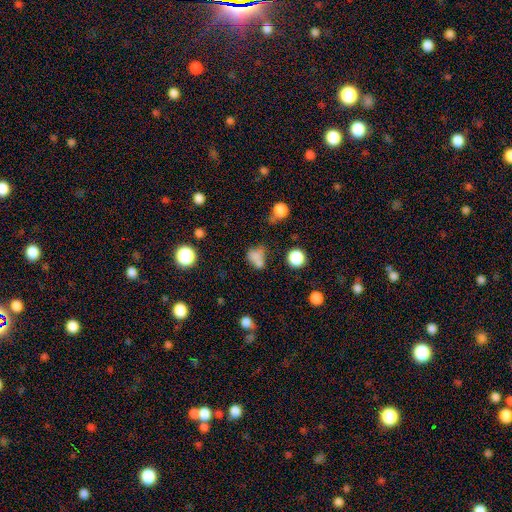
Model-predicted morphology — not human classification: Q: Smooth or featured?
A: smooth (71%); runner-up: star or artifact (16%)
Q: How rounded?
A: round (54%); runner-up: in between (44%)
Q: Merging?
A: merger (37%); runner-up: none (36%)